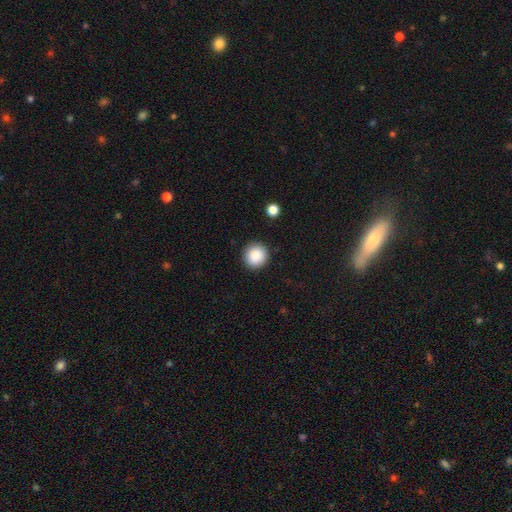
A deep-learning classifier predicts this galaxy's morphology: This is clearly a smooth galaxy (87%). How rounded: clearly round (94%). Merging: clearly none (91%).